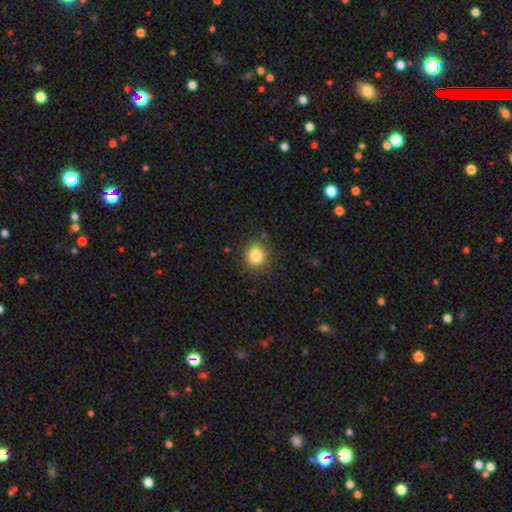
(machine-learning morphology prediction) Overall: smooth (83%). How rounded: round (88%). Merging: none (88%).